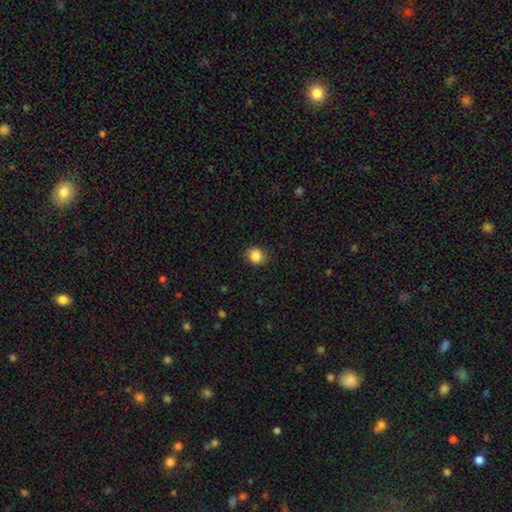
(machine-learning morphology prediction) Smooth or featured: smooth — 87% (star or artifact — 9%)
How rounded: round — 70% (in between — 29%)
Merging: none — 86% (minor disturbance — 11%)